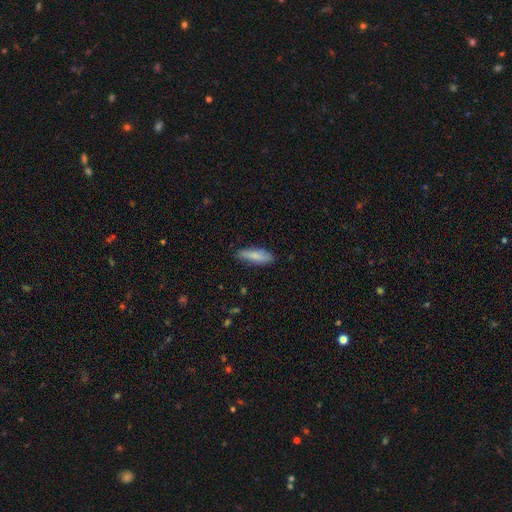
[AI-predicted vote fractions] This is likely a smooth galaxy (80%). How rounded: possibly cigar-shaped (58%). Merging: clearly none (81%).